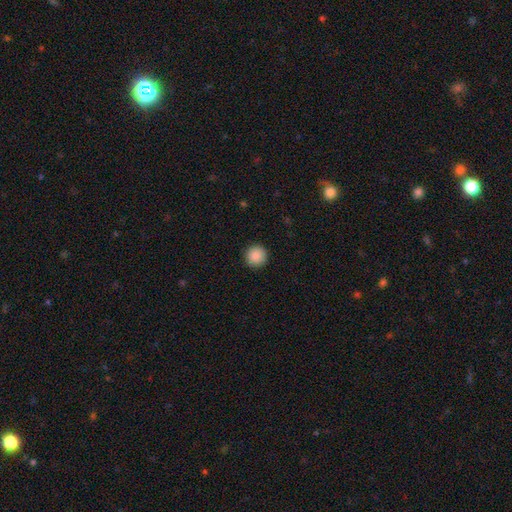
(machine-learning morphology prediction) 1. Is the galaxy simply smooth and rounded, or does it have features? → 89% smooth, 8% star or artifact, 3% featured or disk.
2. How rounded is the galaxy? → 95% round, 4% in between, 1% cigar-shaped.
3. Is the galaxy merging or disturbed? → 92% none, 5% minor disturbance, 2% major disturbance, 1% merger.